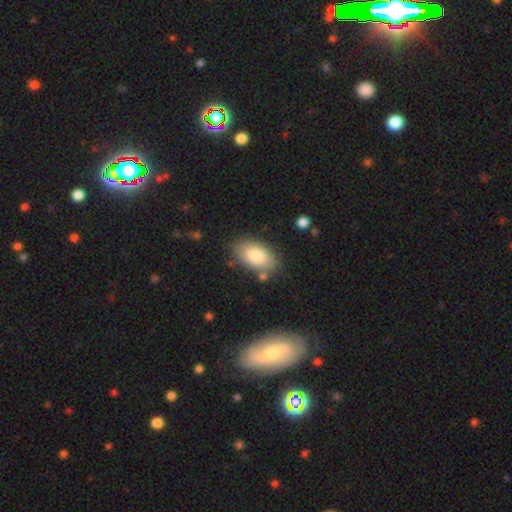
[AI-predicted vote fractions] Morphology: type=smooth (83%); roundness=in between (93%); merging=none (78%).